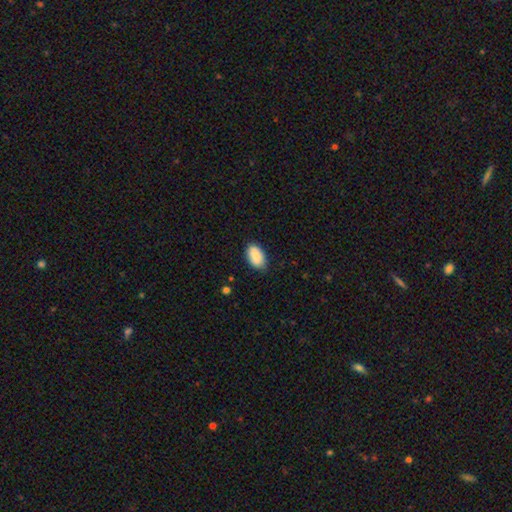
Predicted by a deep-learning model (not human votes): Q: Smooth or featured?
A: smooth (88%); runner-up: star or artifact (7%)
Q: How rounded?
A: in between (93%); runner-up: round (5%)
Q: Merging?
A: none (79%); runner-up: minor disturbance (17%)